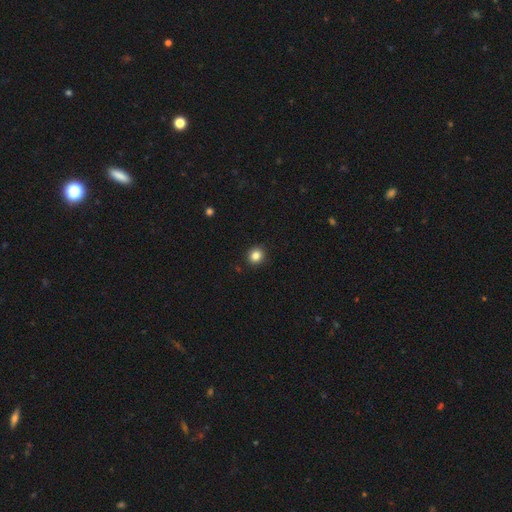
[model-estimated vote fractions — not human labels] smooth_or_featured: smooth (p=0.84) [alt: star or artifact p=0.11]
how_rounded: round (p=0.84) [alt: in between p=0.15]
merging: none (p=0.92) [alt: minor disturbance p=0.06]